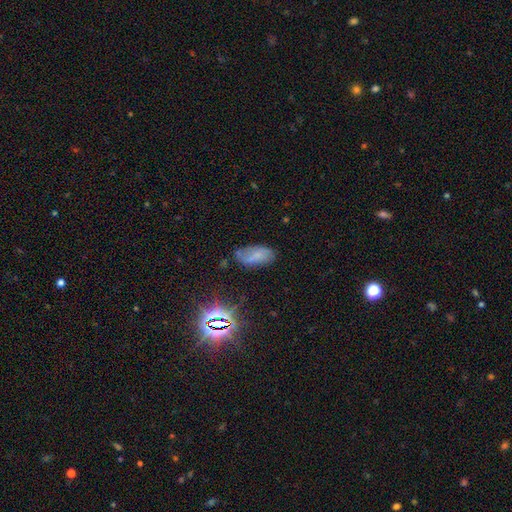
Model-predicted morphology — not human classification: This appears to be a smooth galaxy with no disk features (59%) that is in between round and cigar-shaped (92%). Merging: none (63%).